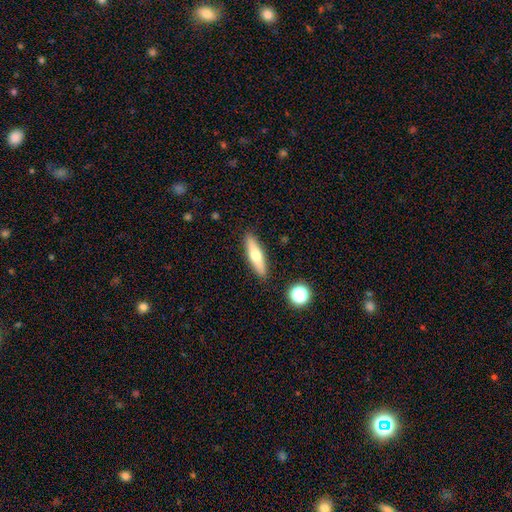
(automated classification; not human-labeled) smooth_or_featured: smooth (p=0.58) [alt: featured or disk p=0.36]
how_rounded: cigar-shaped (p=0.69) [alt: in between p=0.28]
merging: none (p=0.88) [alt: minor disturbance p=0.08]